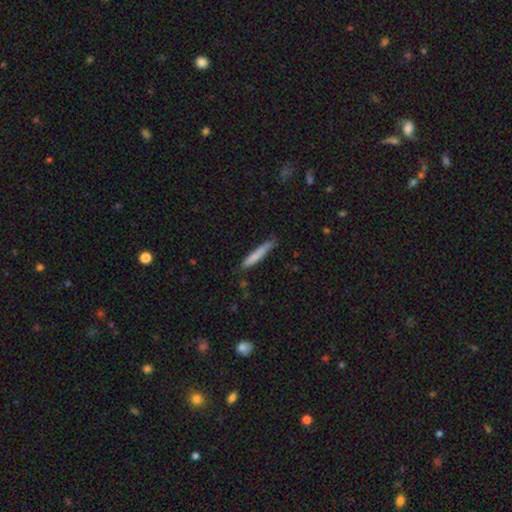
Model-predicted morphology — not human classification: smooth-or-featured: smooth: 75% | featured or disk: 19% | star or artifact: 6%
  how-rounded: cigar-shaped: 94% | in between: 5% | round: 1%
  merging: none: 76% | minor disturbance: 19% | major disturbance: 3% | merger: 2%